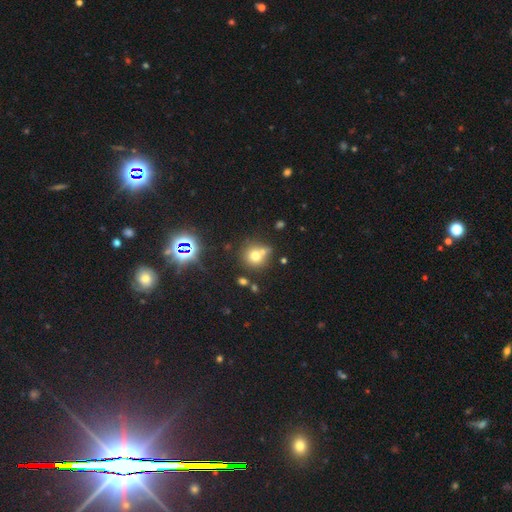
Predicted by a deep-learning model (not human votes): The model was most divided on "merging": none: 53%, merger: 31%, minor disturbance: 11%, major disturbance: 5%. More confident: how rounded — round (87%); smooth or featured — smooth (68%).